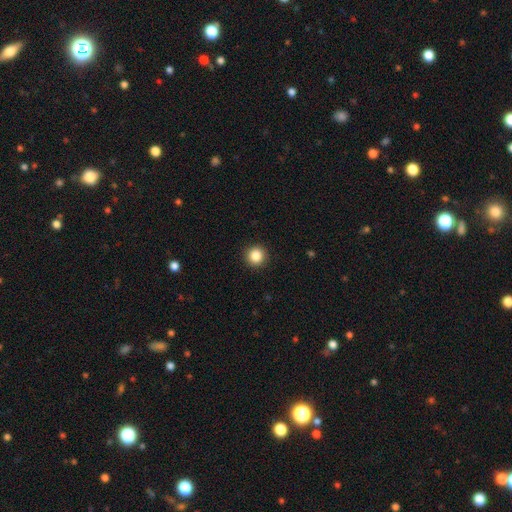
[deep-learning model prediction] A smooth galaxy with no disk features (86%) that is round (95%). Merging: none (93%).